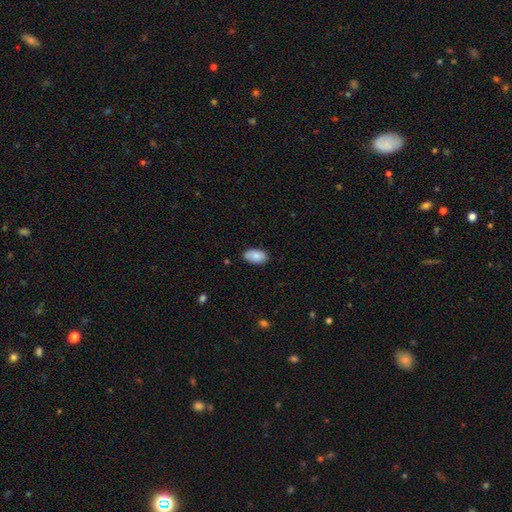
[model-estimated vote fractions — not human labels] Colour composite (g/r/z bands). It shows a smooth galaxy with no disk features (84%) that is in between round and cigar-shaped (95%). Merging: none (82%).